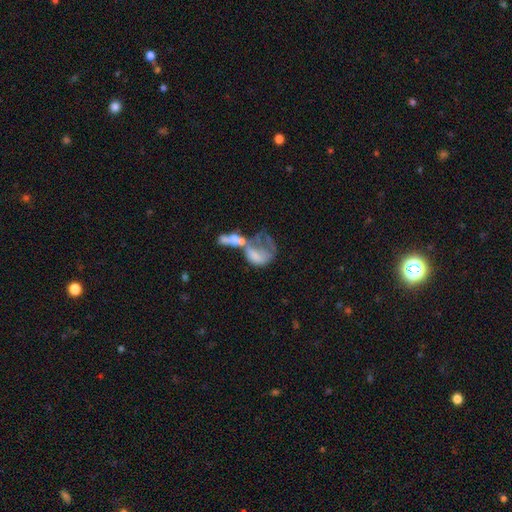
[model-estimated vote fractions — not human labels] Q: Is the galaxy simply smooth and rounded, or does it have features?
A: featured or disk — 48%.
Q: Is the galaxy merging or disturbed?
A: merger — 49%.